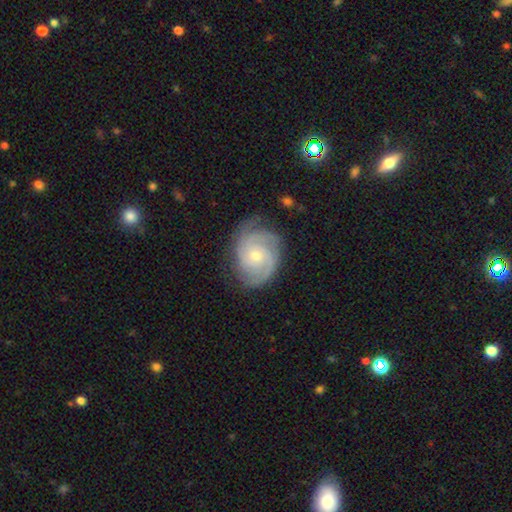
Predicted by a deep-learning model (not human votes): This appears to be a featured or disk galaxy (85%) with no bar (72%), 3 (43%) tight (66%) spiral arms (97%) and a small central bulge (58%). Merging: none (75%).